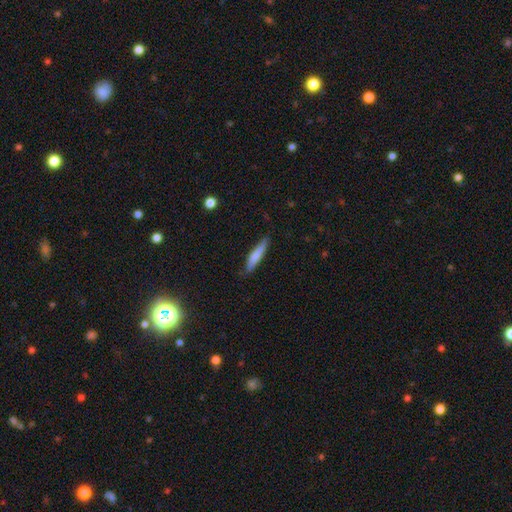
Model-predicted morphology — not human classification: This is likely a smooth galaxy (74%). How rounded: clearly cigar-shaped (88%). Merging: clearly none (81%).